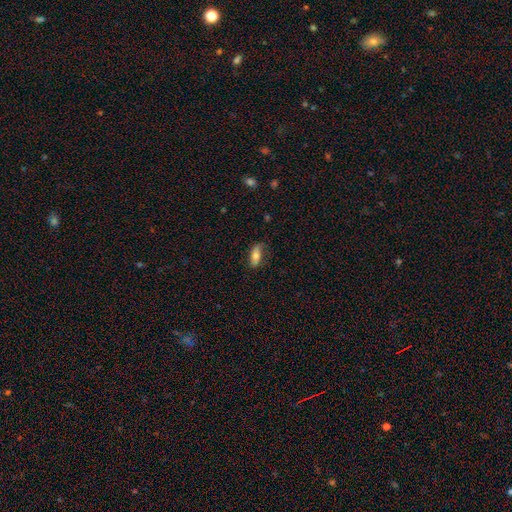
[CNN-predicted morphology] smooth-or-featured: smooth: 70% | featured or disk: 23% | star or artifact: 7%
  how-rounded: in between: 80% | cigar-shaped: 17% | round: 3%
  merging: none: 71% | minor disturbance: 22% | major disturbance: 6% | merger: 1%